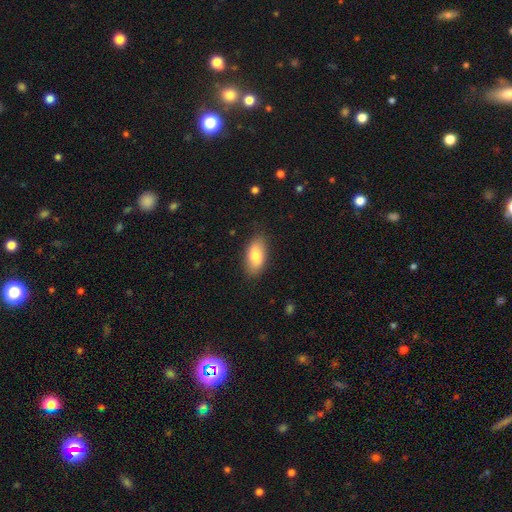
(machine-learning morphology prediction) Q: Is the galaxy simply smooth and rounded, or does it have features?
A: smooth — 80%.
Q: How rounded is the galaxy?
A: in between — 90%.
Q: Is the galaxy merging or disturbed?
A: none — 83%.